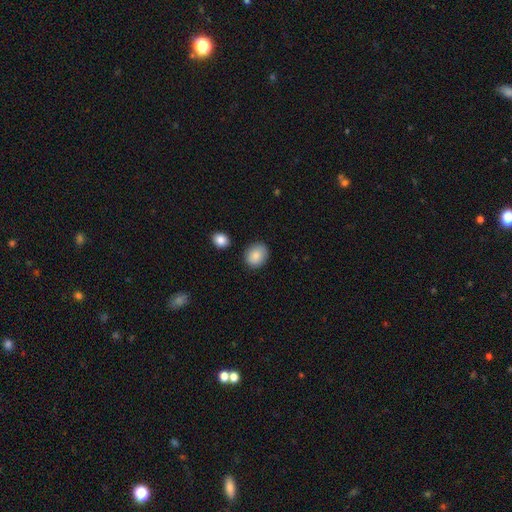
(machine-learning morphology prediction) smooth-or-featured: smooth: 87% | star or artifact: 7% | featured or disk: 5%
  how-rounded: round: 60% | in between: 39% | cigar-shaped: 1%
  merging: none: 84% | minor disturbance: 10% | merger: 3% | major disturbance: 3%